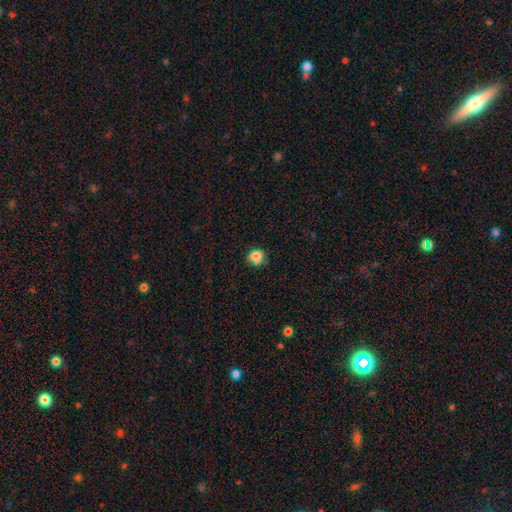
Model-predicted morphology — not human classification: The model was most divided on "merging": none: 65%, minor disturbance: 20%, merger: 10%, major disturbance: 5%. More confident: how rounded — round (80%); smooth or featured — smooth (78%).